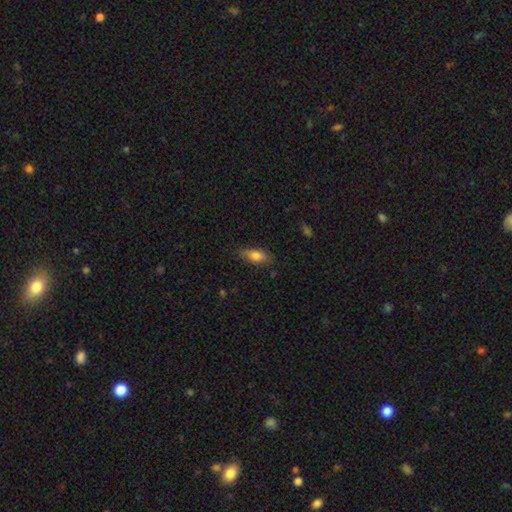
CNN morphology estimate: Smooth or featured?
  - smooth: 79% *
  - featured or disk: 14%
  - star or artifact: 8%
How rounded?
  - in between: 82% *
  - cigar-shaped: 15%
  - round: 4%
Merging?
  - none: 80% *
  - minor disturbance: 16%
  - major disturbance: 3%
  - merger: 1%